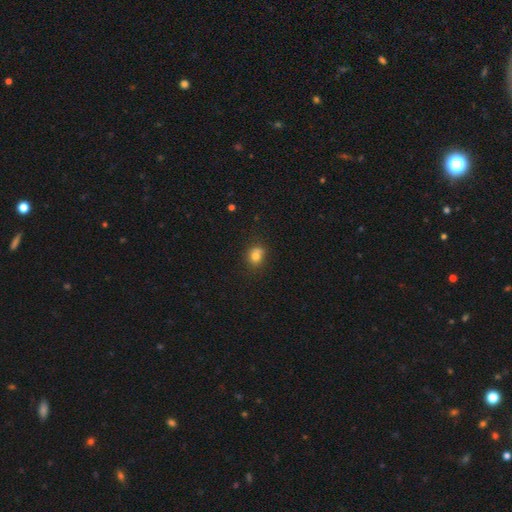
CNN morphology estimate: This is likely a smooth galaxy (78%). How rounded: possibly round (59%). Merging: possibly none (57%).